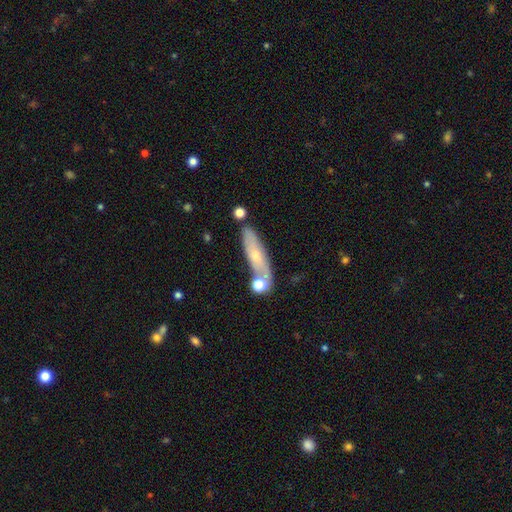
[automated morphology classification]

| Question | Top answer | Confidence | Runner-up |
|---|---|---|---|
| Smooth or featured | featured or disk | 47% | smooth (45%) |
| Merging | none | 65% | minor disturbance (17%) |